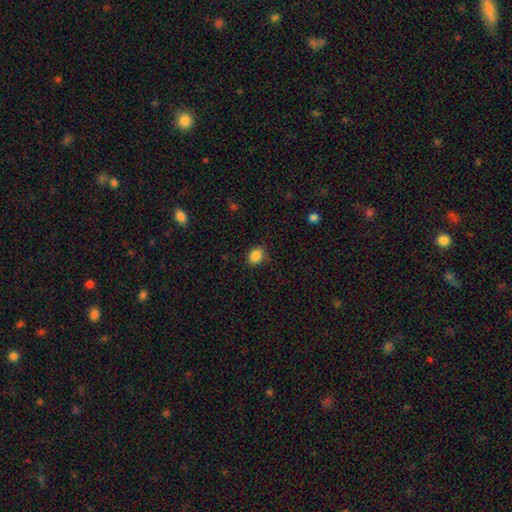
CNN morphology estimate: Smooth or featured? Predicted: smooth (p=0.87). How rounded? Predicted: in between (p=0.59). Merging? Predicted: none (p=0.82).